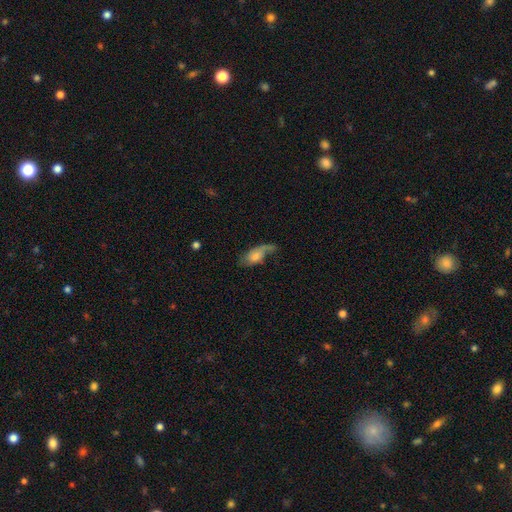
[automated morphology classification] This is possibly a featured or disk galaxy (48%). Merging: marginally none (39%).